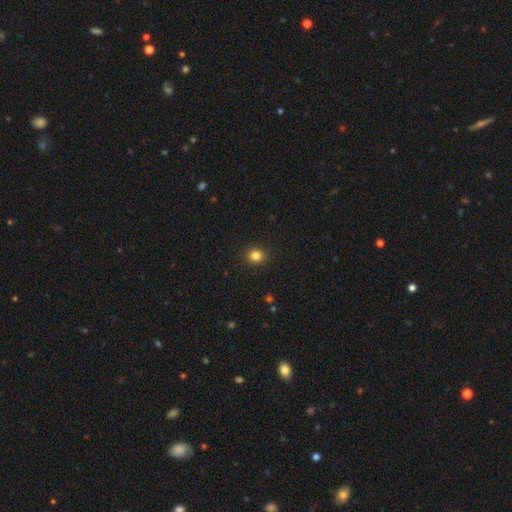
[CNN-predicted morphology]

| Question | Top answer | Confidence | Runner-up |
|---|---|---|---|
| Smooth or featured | smooth | 84% | star or artifact (12%) |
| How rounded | round | 78% | in between (21%) |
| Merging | none | 91% | minor disturbance (6%) |